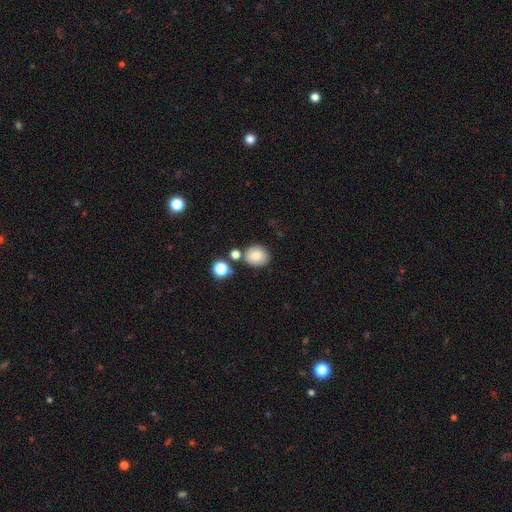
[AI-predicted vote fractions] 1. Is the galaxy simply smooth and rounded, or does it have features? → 82% smooth, 10% star or artifact, 8% featured or disk.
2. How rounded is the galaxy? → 71% round, 28% in between, 1% cigar-shaped.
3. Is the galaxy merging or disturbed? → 75% none, 12% minor disturbance, 10% merger, 3% major disturbance.